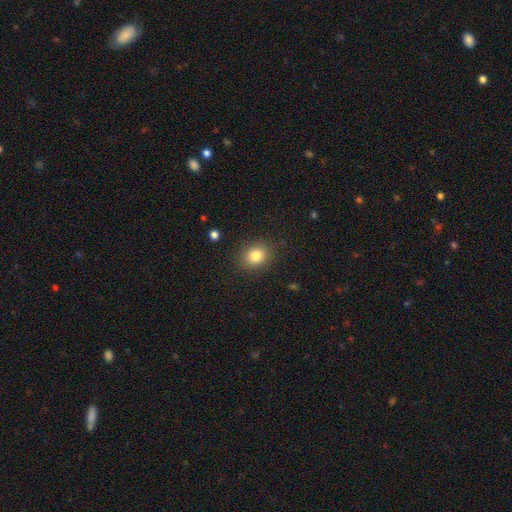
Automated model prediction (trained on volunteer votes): Smooth or featured: smooth — 82% (star or artifact — 11%)
How rounded: round — 68% (in between — 31%)
Merging: none — 87% (minor disturbance — 9%)